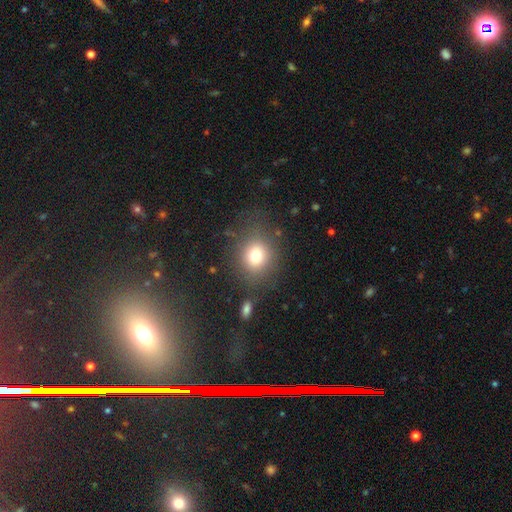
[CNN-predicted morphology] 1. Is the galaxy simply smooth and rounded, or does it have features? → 77% smooth, 13% star or artifact, 10% featured or disk.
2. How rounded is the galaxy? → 76% round, 23% in between, 1% cigar-shaped.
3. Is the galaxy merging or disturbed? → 78% none, 12% minor disturbance, 7% major disturbance, 3% merger.